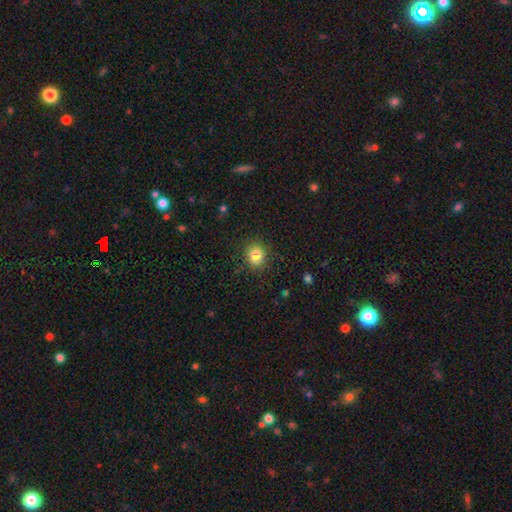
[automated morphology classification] This is clearly a smooth galaxy (82%). How rounded: likely round (76%). Merging: clearly none (88%).